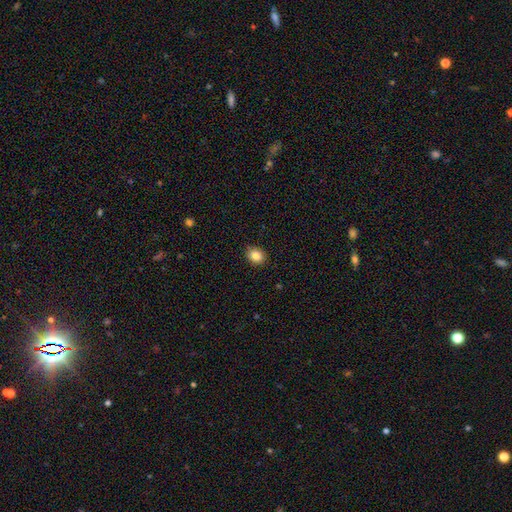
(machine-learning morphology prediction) smooth-or-featured: smooth: 85% | star or artifact: 10% | featured or disk: 5%
  how-rounded: round: 61% | in between: 39% | cigar-shaped: 1%
  merging: none: 90% | minor disturbance: 8% | major disturbance: 2% | merger: 1%